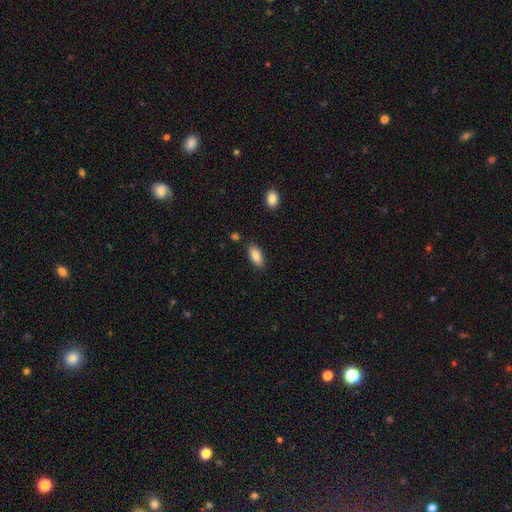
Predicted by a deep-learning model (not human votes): smooth 87%, star or artifact 7%, featured or disk 7%. Down the decision tree: how rounded — in between (87%); merging — none (85%).